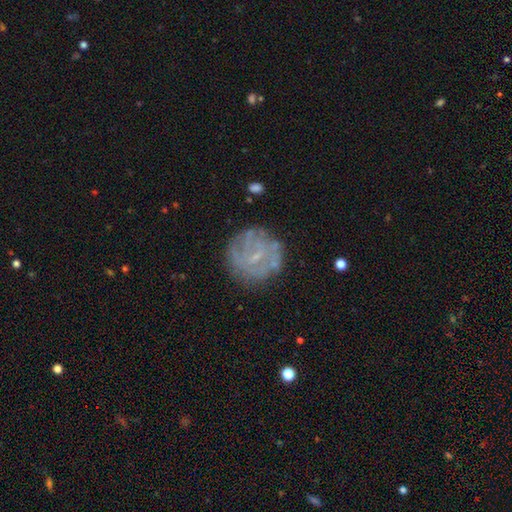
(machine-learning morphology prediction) This is likely a featured or disk galaxy (64%). It is clearly not viewed edge-on (97%). Bar: possibly weak (45%). Spiral arm pattern: likely yes (63%). Central bulge: likely small (61%). Merging: likely none (76%).